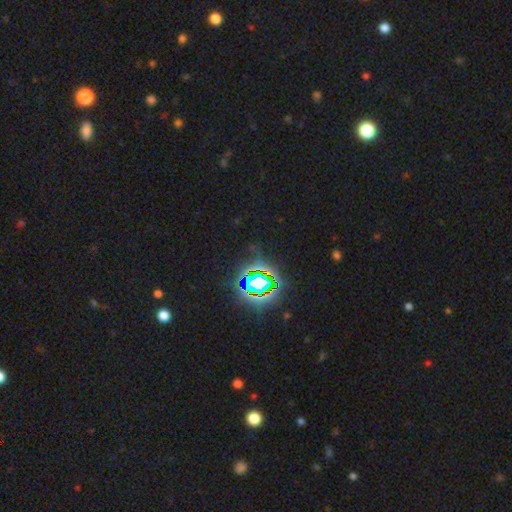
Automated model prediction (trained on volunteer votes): Smooth or featured: star or artifact — 82% (smooth — 11%)